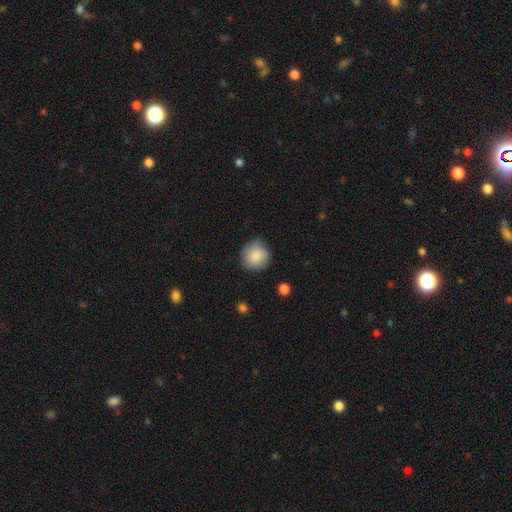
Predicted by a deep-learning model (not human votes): Morphology: type=smooth (85%); roundness=round (91%); merging=none (78%).